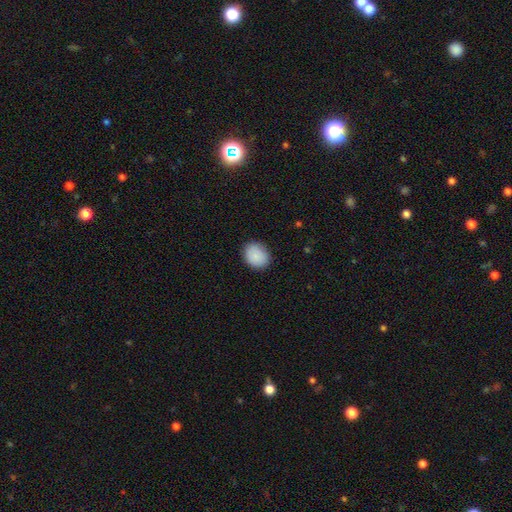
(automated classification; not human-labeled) A smooth galaxy with no disk features (88%) that is round (57%).

Vote fractions:
- Smooth or featured? smooth: 88% / star or artifact: 7% / featured or disk: 5%
- How rounded? round: 57% / in between: 42% / cigar-shaped: 1%
- Merging? none: 87% / minor disturbance: 10% / major disturbance: 2% / merger: 1%